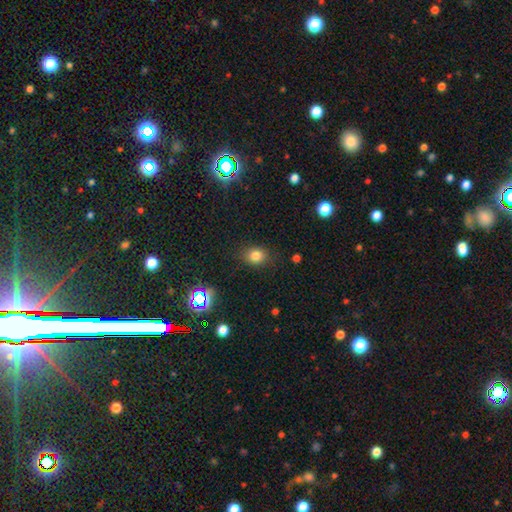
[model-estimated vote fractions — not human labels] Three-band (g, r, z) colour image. It shows a smooth galaxy with no disk features (78%) that is round (52%). Merging: none (82%).